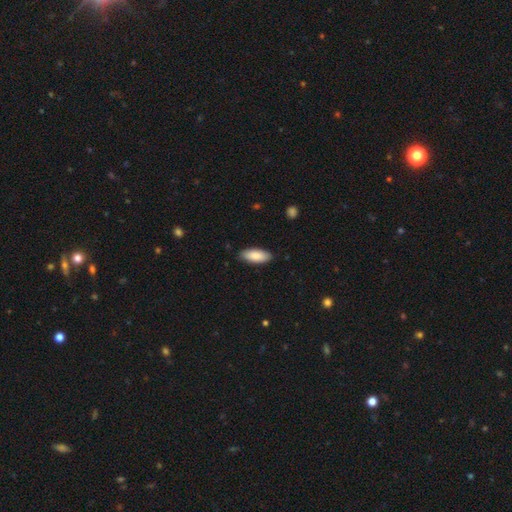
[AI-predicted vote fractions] smooth_or_featured: smooth (p=0.87) [alt: featured or disk p=0.07]
how_rounded: in between (p=0.82) [alt: cigar-shaped p=0.16]
merging: none (p=0.86) [alt: minor disturbance p=0.11]